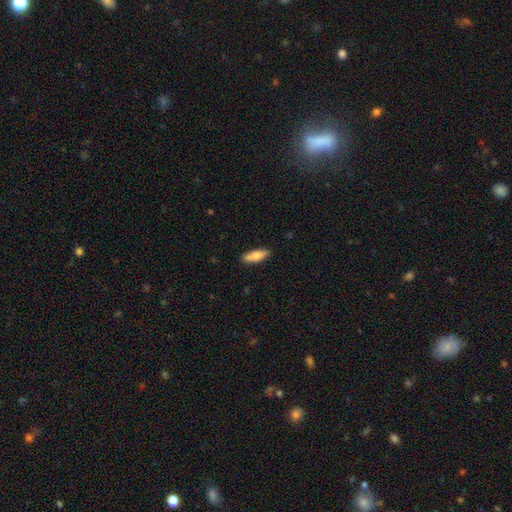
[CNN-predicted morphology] A smooth galaxy with no disk features (80%) that is in between round and cigar-shaped (58%).

Vote fractions:
- Smooth or featured? smooth: 80% / featured or disk: 14% / star or artifact: 6%
- How rounded? in between: 58% / cigar-shaped: 40% / round: 2%
- Merging? none: 84% / minor disturbance: 12% / major disturbance: 2% / merger: 2%